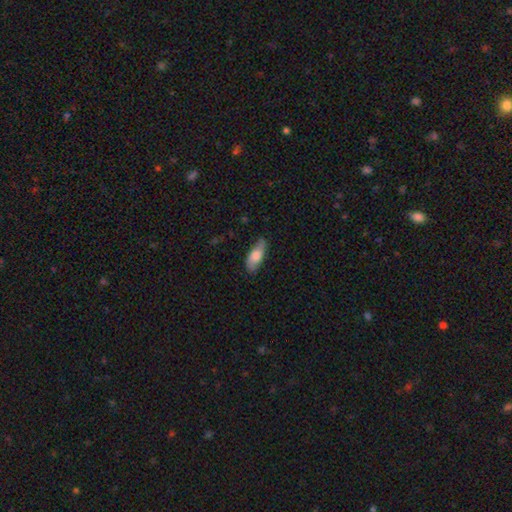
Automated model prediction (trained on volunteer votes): smooth 70%, featured or disk 24%, star or artifact 6%. Down the decision tree: how rounded — in between (74%); merging — none (74%).